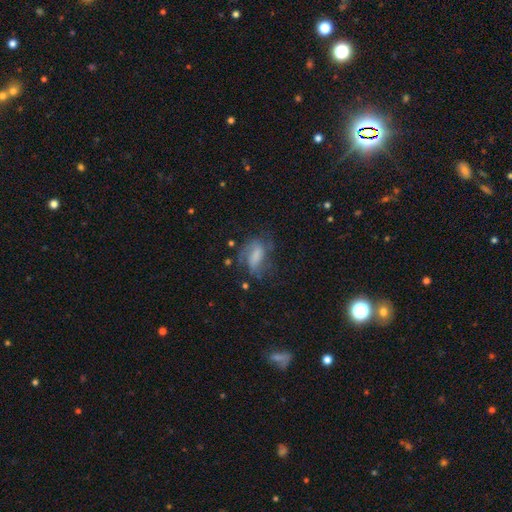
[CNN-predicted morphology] This appears to be a featured or disk galaxy (54%) with a weak bar (41%), spiral arms (76%) and no central bulge (30%). Merging: none (45%).